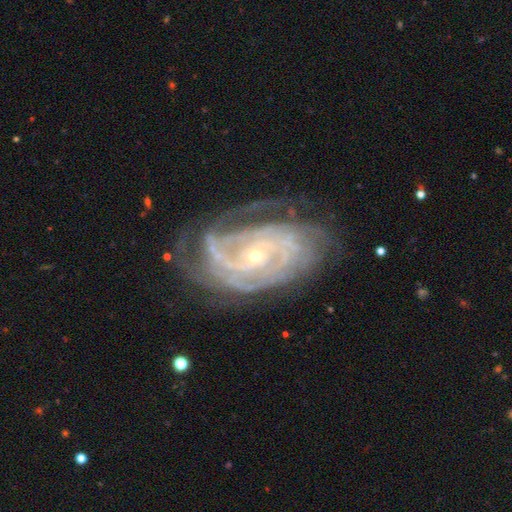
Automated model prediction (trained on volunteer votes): Smooth or featured? Predicted: featured or disk (p=0.89). Edge-on disk? Predicted: no (p=0.96). Bar? Predicted: no (p=0.64). Spiral arms? Predicted: yes (p=0.96). Spiral winding? Predicted: tight (p=0.68). Spiral arm count? Predicted: can't tell (p=0.30). Bulge size? Predicted: small (p=0.78). Merging? Predicted: none (p=0.60).